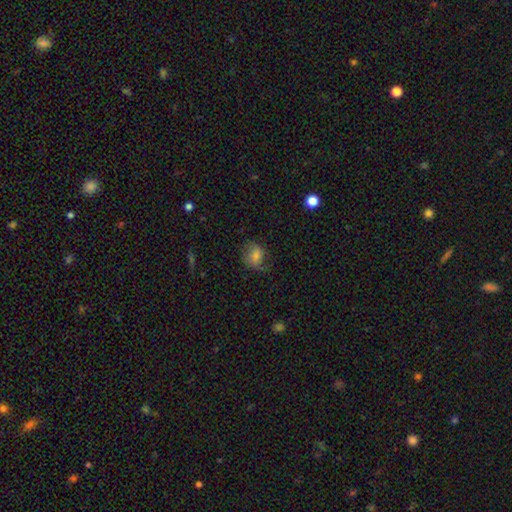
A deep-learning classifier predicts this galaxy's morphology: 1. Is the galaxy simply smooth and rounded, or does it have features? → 62% smooth, 25% featured or disk, 13% star or artifact.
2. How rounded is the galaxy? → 53% round, 46% in between, 1% cigar-shaped.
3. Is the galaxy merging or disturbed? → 62% none, 24% minor disturbance, 13% major disturbance, 1% merger.